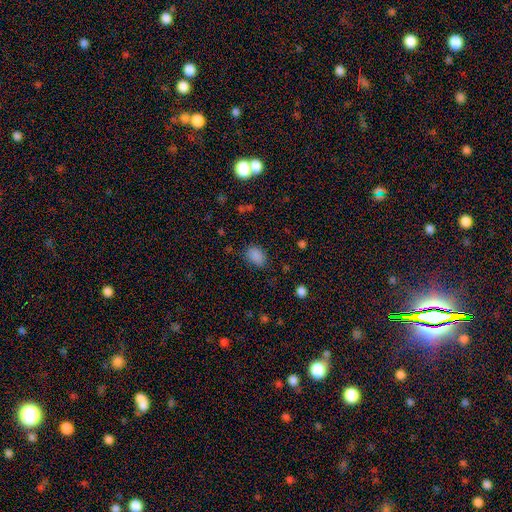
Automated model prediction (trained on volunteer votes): A smooth galaxy with no disk features (85%) that is in between round and cigar-shaped (83%). Merging: none (78%).